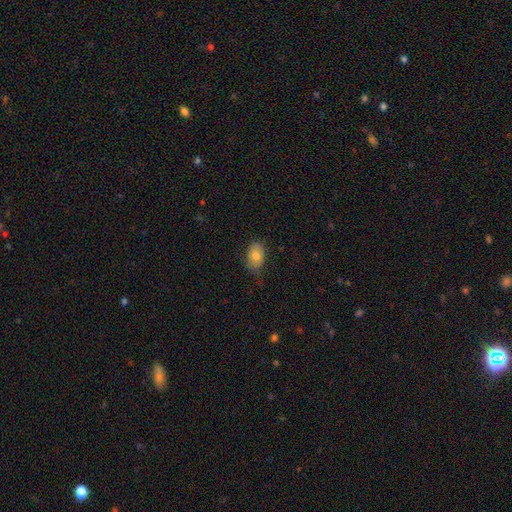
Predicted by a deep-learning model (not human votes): smooth-or-featured: smooth: 77% | featured or disk: 15% | star or artifact: 8%
  how-rounded: in between: 83% | round: 15% | cigar-shaped: 1%
  merging: none: 59% | minor disturbance: 31% | major disturbance: 8% | merger: 1%